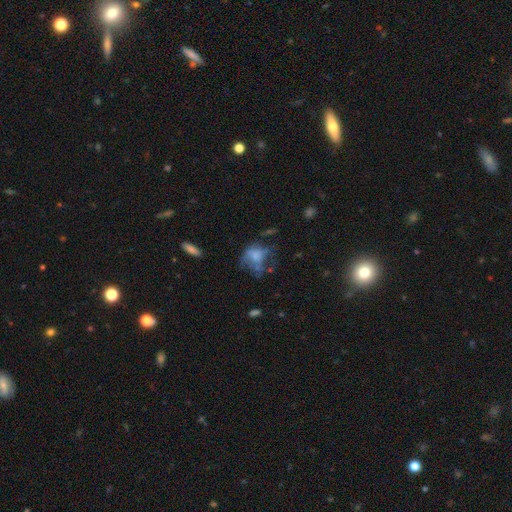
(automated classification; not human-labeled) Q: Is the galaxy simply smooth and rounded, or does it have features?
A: smooth — 53%.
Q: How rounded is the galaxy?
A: in between — 51%.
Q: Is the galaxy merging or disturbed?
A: major disturbance — 37%.